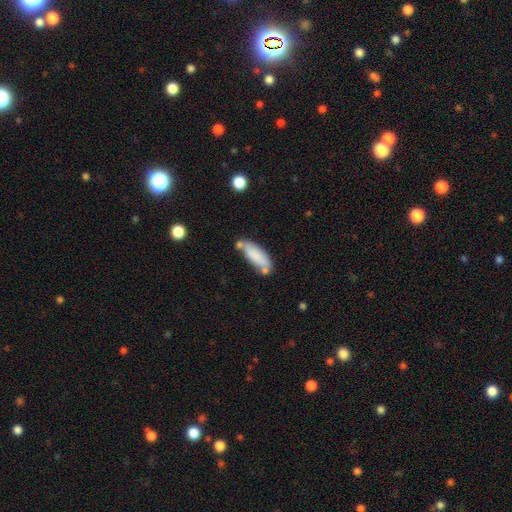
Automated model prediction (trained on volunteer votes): Morphology: type=smooth (81%); roundness=in between (64%); merging=none (57%).